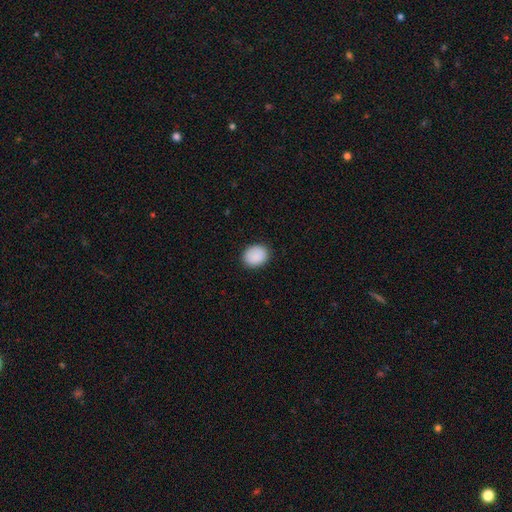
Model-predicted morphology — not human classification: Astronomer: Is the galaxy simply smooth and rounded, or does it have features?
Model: smooth — 89%.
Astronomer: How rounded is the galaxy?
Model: round — 54% (runner-up: in between, 46%).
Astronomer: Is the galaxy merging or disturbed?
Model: none — 88%.